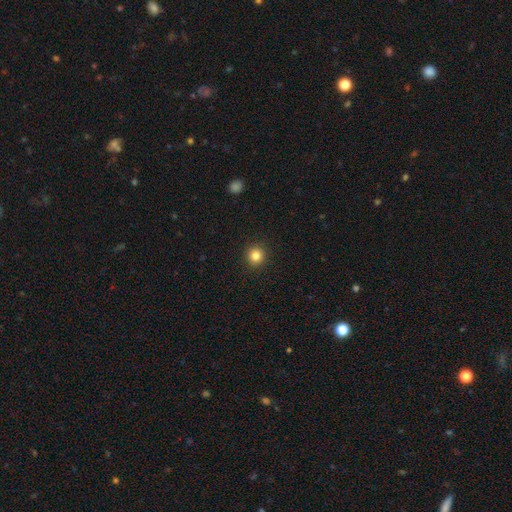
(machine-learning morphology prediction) Smooth or featured?
  - smooth: 83% *
  - star or artifact: 12%
  - featured or disk: 5%
How rounded?
  - round: 93% *
  - in between: 6%
  - cigar-shaped: 1%
Merging?
  - none: 93% *
  - minor disturbance: 5%
  - major disturbance: 2%
  - merger: 1%